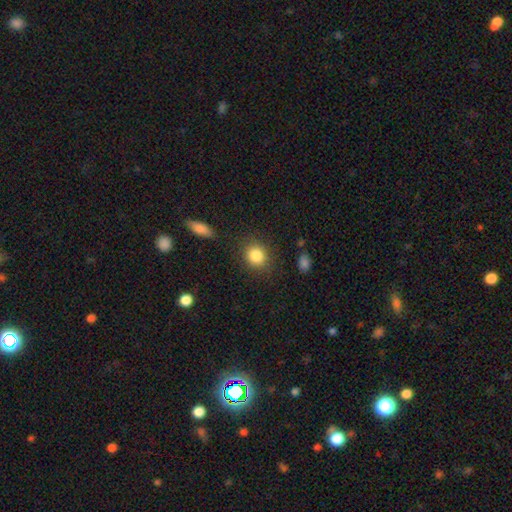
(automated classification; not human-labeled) Q: Smooth or featured?
A: smooth (86%); runner-up: star or artifact (9%)
Q: How rounded?
A: round (74%); runner-up: in between (25%)
Q: Merging?
A: none (84%); runner-up: minor disturbance (10%)